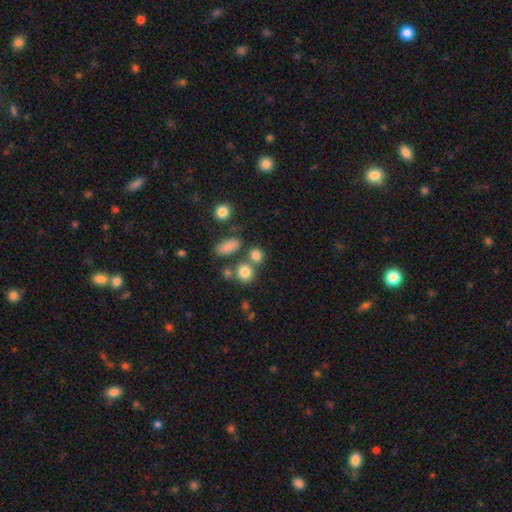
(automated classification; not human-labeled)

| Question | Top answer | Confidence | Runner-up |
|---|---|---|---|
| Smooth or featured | smooth | 80% | star or artifact (12%) |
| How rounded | round | 70% | in between (28%) |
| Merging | none | 59% | merger (25%) |